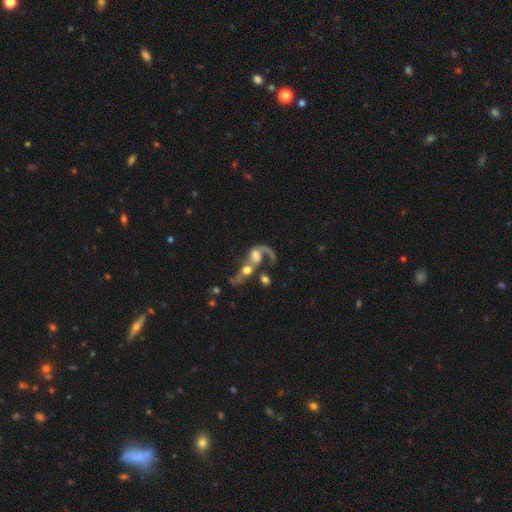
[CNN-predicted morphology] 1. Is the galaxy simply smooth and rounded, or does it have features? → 60% featured or disk, 31% smooth, 10% star or artifact.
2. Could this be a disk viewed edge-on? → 95% no, 5% yes.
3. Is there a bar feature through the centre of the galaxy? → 73% no, 21% weak, 6% strong.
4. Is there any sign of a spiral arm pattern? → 69% yes, 31% no.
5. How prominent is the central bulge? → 38% moderate, 28% large, 15% small, 13% none, 6% dominant.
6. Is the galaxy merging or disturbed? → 68% merger, 17% major disturbance, 10% none, 5% minor disturbance.